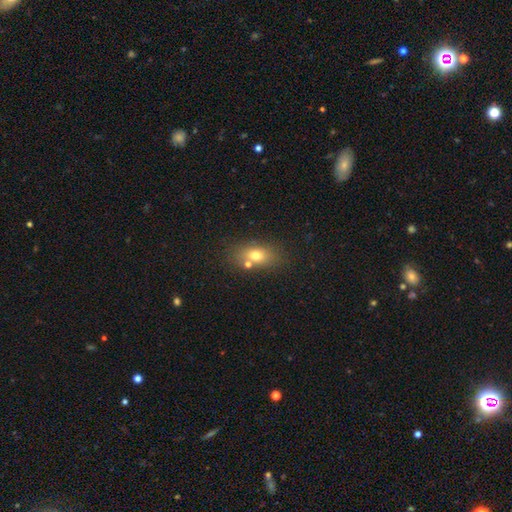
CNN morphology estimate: This appears to be a smooth galaxy with no disk features (71%) that is in between round and cigar-shaped (75%). Merging: none (67%).